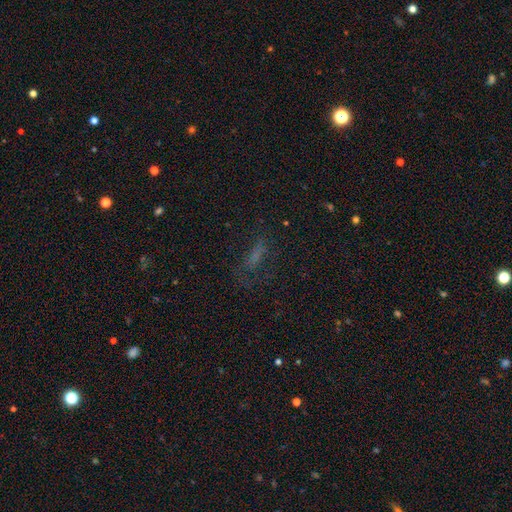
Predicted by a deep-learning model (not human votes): smooth-or-featured: smooth: 45% | star or artifact: 28% | featured or disk: 27%
  merging: none: 55% | major disturbance: 23% | minor disturbance: 20% | merger: 2%